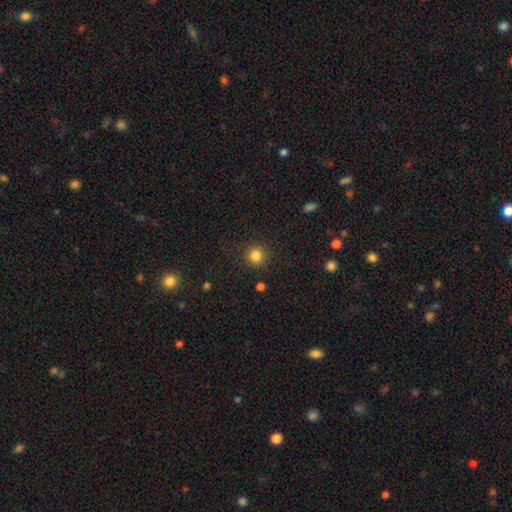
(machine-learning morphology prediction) This is clearly a smooth galaxy (84%). How rounded: clearly round (94%). Merging: clearly none (90%).